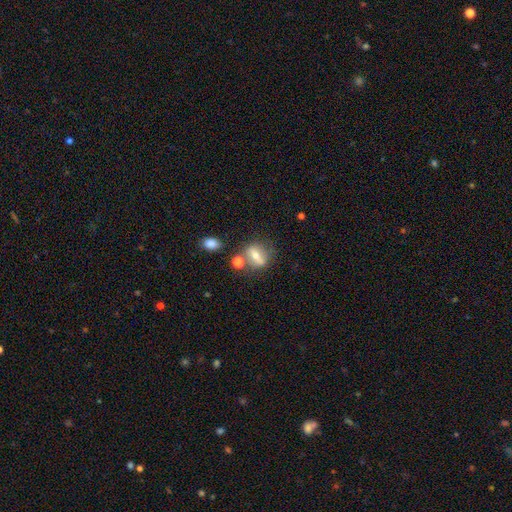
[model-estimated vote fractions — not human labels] Overall: smooth (47%; featured or disk 42%). Merging: none (63%).